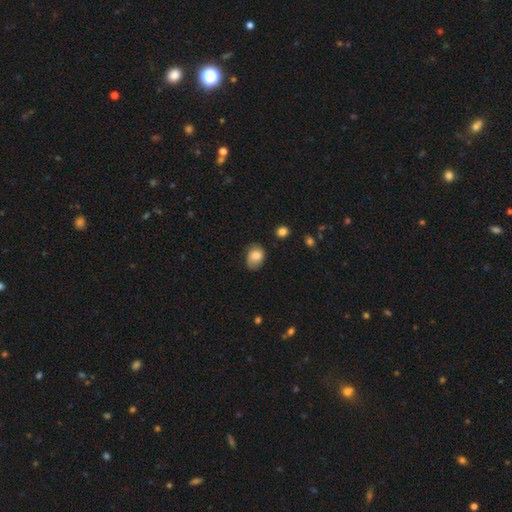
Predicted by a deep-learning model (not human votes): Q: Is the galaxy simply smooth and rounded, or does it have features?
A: smooth — 78%.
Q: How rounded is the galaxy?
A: in between — 62%.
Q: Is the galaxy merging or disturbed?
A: none — 55%.